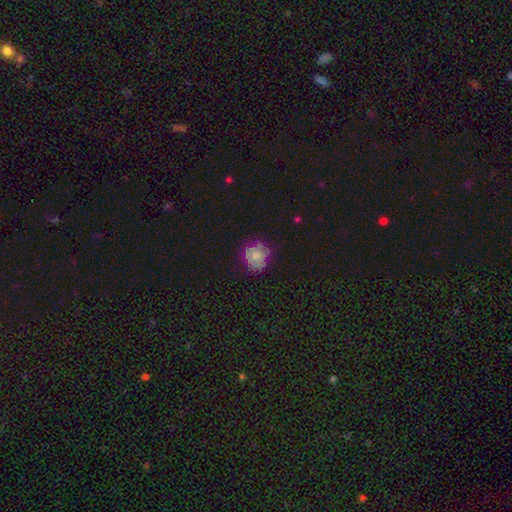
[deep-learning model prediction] Smooth or featured?
  - smooth: 53% *
  - featured or disk: 32%
  - star or artifact: 15%
How rounded?
  - round: 80% *
  - in between: 19%
  - cigar-shaped: 1%
Merging?
  - none: 67% *
  - minor disturbance: 21%
  - major disturbance: 10%
  - merger: 2%